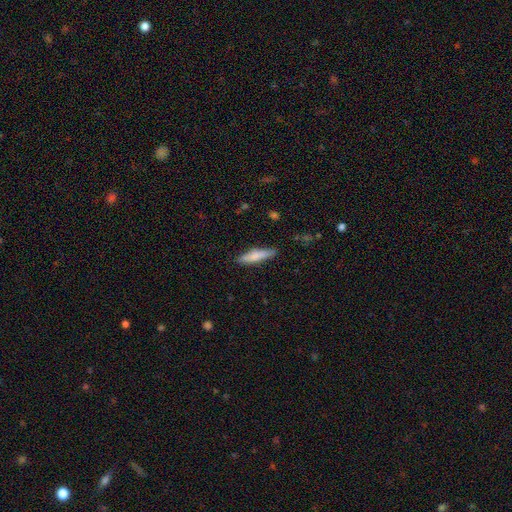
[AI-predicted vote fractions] Smooth or featured?
  - smooth: 74% *
  - featured or disk: 21%
  - star or artifact: 6%
How rounded?
  - cigar-shaped: 79% *
  - in between: 19%
  - round: 2%
Merging?
  - none: 86% *
  - minor disturbance: 11%
  - major disturbance: 2%
  - merger: 1%